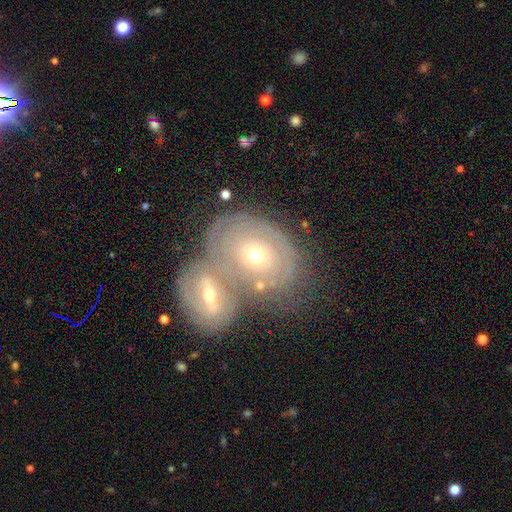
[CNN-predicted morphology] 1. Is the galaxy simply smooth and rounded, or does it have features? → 70% featured or disk, 24% smooth, 7% star or artifact.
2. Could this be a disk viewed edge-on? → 94% no, 6% yes.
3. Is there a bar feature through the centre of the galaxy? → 75% no, 18% weak, 7% strong.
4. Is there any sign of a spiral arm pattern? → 73% yes, 27% no.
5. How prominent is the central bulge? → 48% small, 47% moderate, 3% large, 1% none, 1% dominant.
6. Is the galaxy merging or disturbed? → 55% merger, 29% none, 11% minor disturbance, 6% major disturbance.